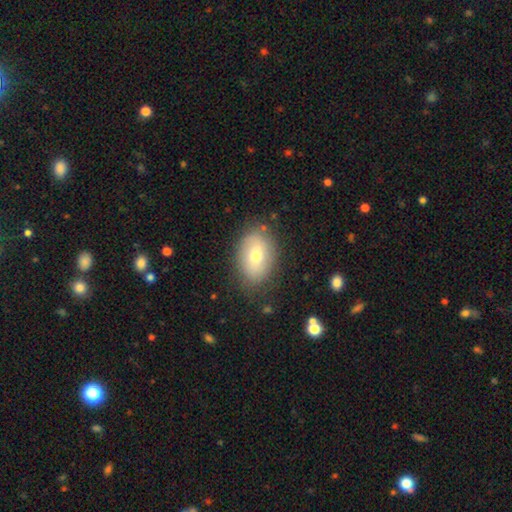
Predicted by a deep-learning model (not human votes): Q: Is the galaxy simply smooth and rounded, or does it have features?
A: smooth — 65%.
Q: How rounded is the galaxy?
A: in between — 81%.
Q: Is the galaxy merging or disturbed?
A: none — 79%.